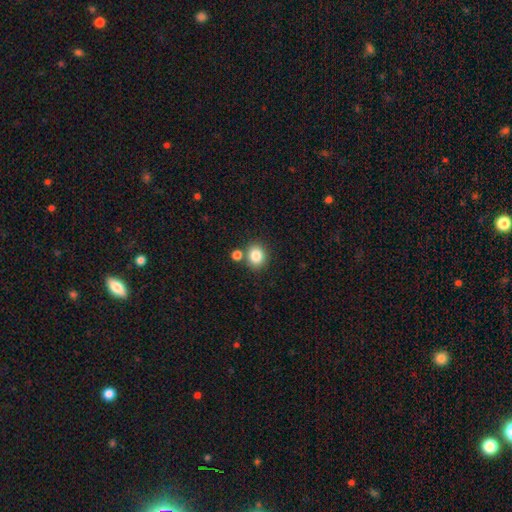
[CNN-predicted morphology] A smooth galaxy with no disk features (84%) that is round (79%). Merging: none (75%).